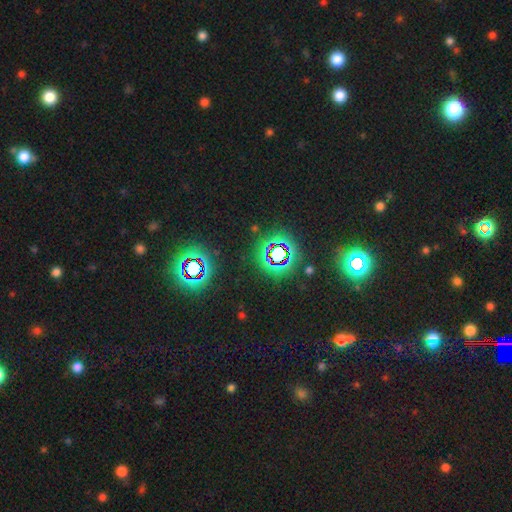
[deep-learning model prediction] This appears to be a star or artifact, not a galaxy (80%).